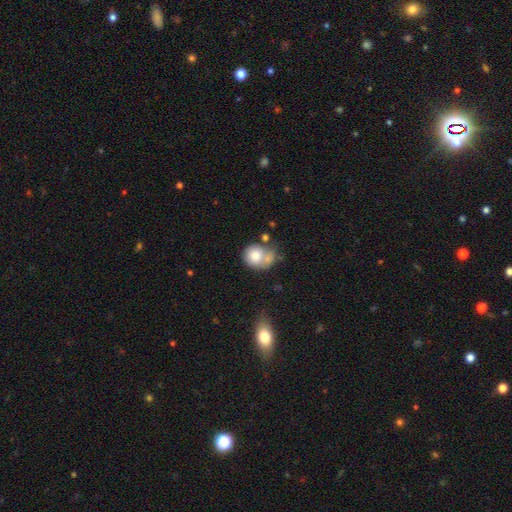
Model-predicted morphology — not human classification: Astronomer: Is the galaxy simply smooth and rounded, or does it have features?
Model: smooth — 76%.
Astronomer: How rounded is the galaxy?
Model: round — 73%.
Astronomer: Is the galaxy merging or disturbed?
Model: merger — 36% (runner-up: none, 33%).